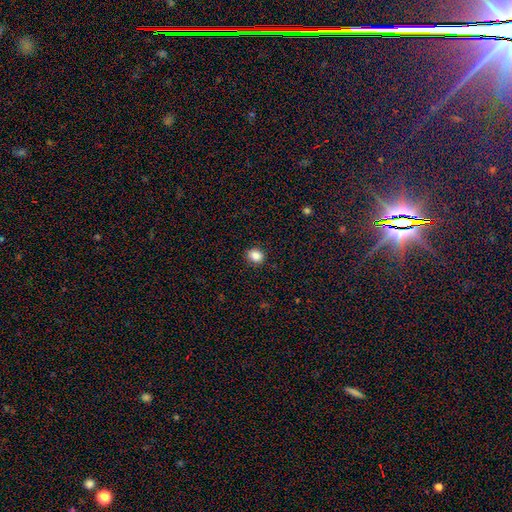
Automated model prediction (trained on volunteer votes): smooth-or-featured: smooth: 85% | star or artifact: 10% | featured or disk: 5%
  how-rounded: round: 67% | in between: 33% | cigar-shaped: 1%
  merging: none: 89% | minor disturbance: 8% | major disturbance: 2% | merger: 1%